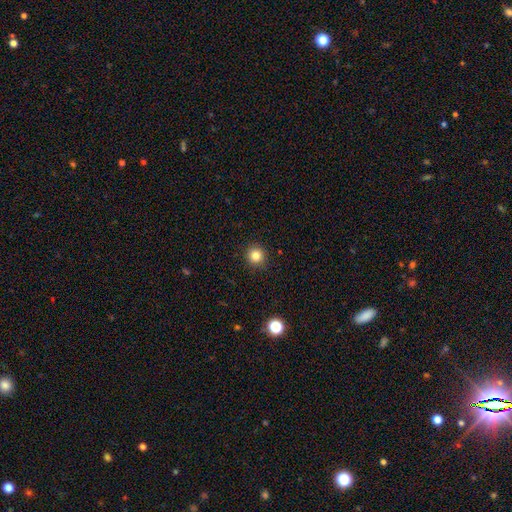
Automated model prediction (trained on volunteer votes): This appears to be a smooth galaxy with no disk features (83%) that is round (94%). Merging: none (92%).